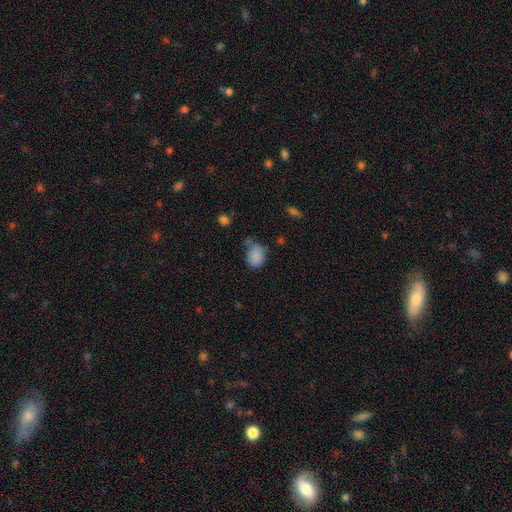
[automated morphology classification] Smooth or featured? smooth (85%)
How rounded? in between (58%)
Merging? none (56%)